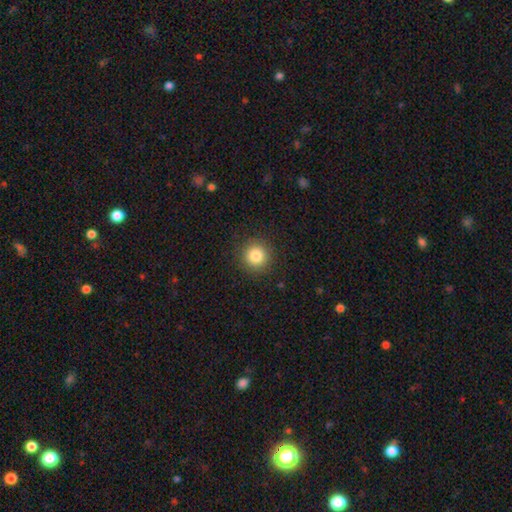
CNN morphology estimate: type=smooth (84%); roundness=round (95%); merging=none (91%).